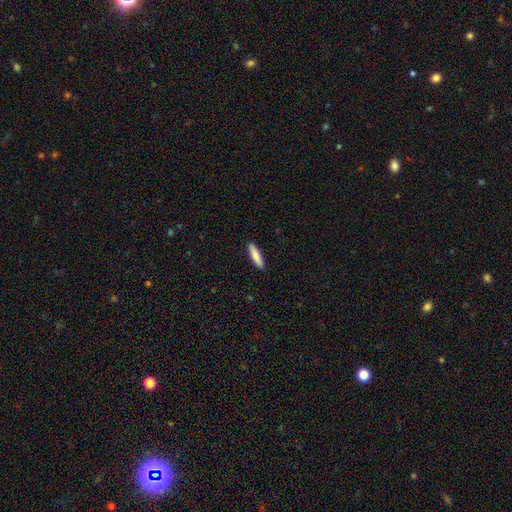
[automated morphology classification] type=smooth (84%); roundness=cigar-shaped (77%); merging=none (91%).